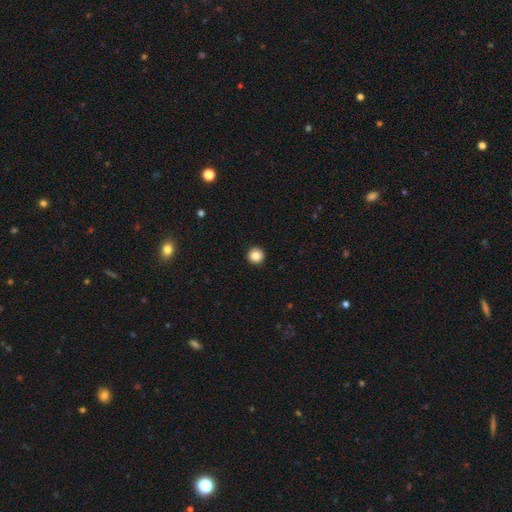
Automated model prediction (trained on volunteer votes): A smooth galaxy with no disk features (86%) that is round (95%). Merging: none (94%).